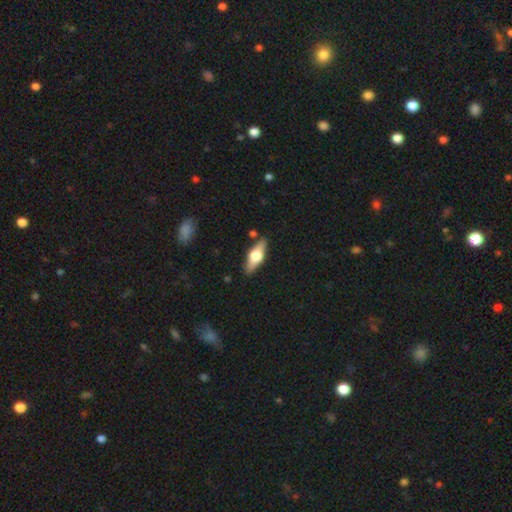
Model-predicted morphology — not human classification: This is possibly a featured or disk galaxy (50%). Merging: clearly none (85%).